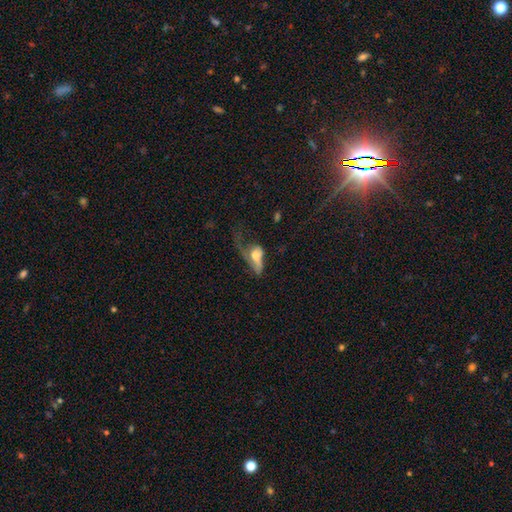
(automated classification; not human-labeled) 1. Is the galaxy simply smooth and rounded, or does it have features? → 51% smooth, 40% featured or disk, 9% star or artifact.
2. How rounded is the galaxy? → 76% in between, 13% cigar-shaped, 11% round.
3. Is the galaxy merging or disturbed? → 64% major disturbance, 14% minor disturbance, 14% none, 8% merger.